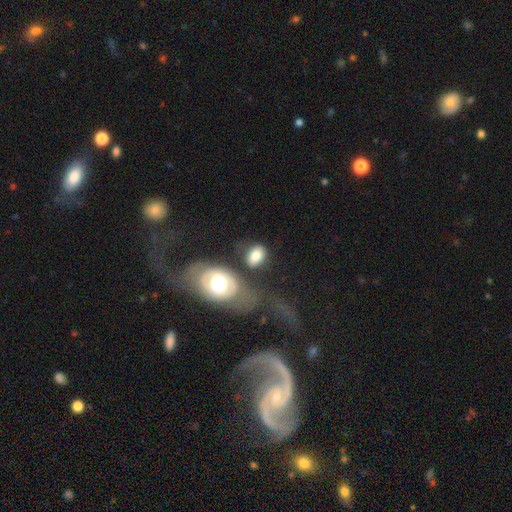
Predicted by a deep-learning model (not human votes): A smooth galaxy with no disk features (70%) that is in between round and cigar-shaped (74%).

Vote fractions:
- Smooth or featured? smooth: 70% / featured or disk: 22% / star or artifact: 7%
- How rounded? in between: 74% / round: 24% / cigar-shaped: 2%
- Merging? none: 55% / merger: 17% / minor disturbance: 17% / major disturbance: 10%